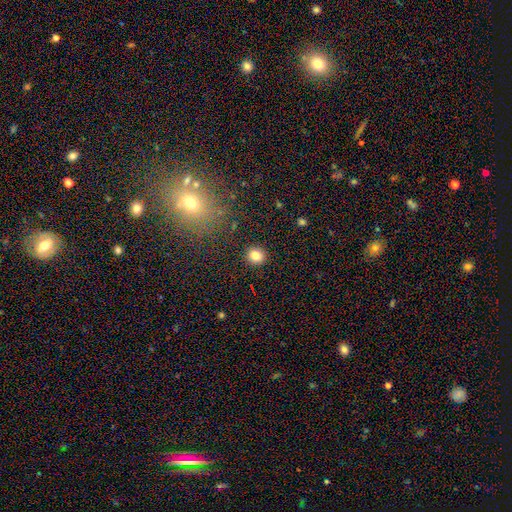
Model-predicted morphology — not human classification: Smooth or featured?
  - smooth: 82% *
  - star or artifact: 12%
  - featured or disk: 6%
How rounded?
  - round: 88% *
  - in between: 11%
  - cigar-shaped: 1%
Merging?
  - none: 91% *
  - minor disturbance: 5%
  - major disturbance: 2%
  - merger: 1%